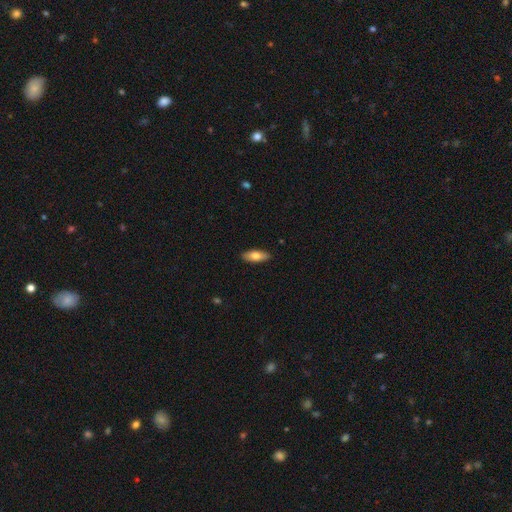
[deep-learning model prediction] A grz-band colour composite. It shows a smooth galaxy with no disk features (74%) that is in between round and cigar-shaped (73%). Merging: none (89%).